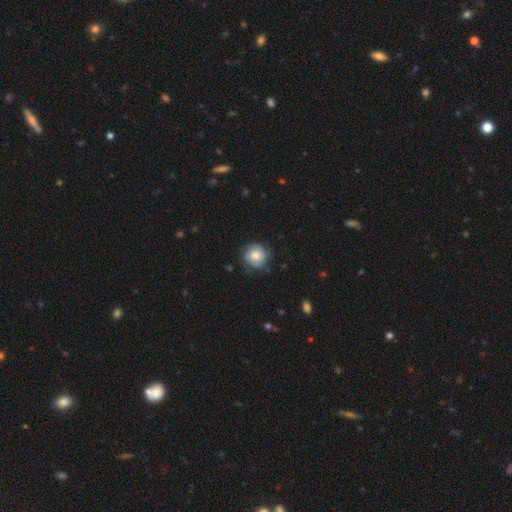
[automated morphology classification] Overall: smooth (72%). How rounded: round (88%). Merging: none (71%).